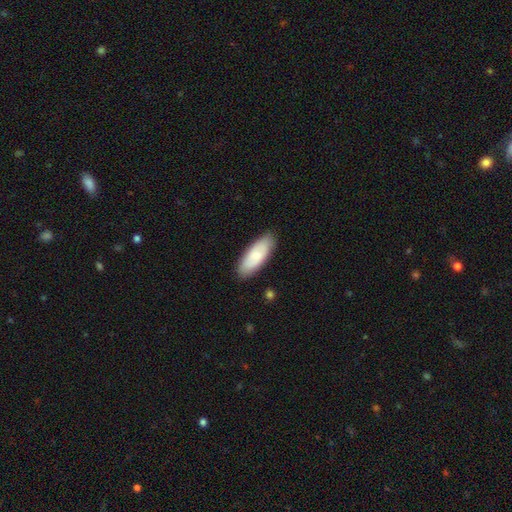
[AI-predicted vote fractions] Q: Smooth or featured?
A: smooth (76%); runner-up: featured or disk (19%)
Q: How rounded?
A: in between (75%); runner-up: cigar-shaped (24%)
Q: Merging?
A: none (86%); runner-up: minor disturbance (11%)